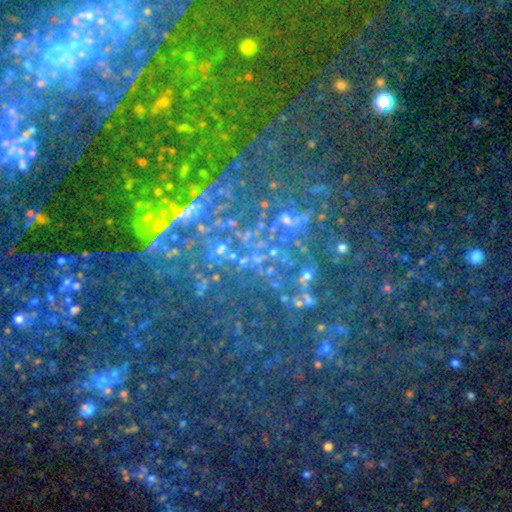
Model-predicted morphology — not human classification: smooth_or_featured: star or artifact (p=0.73) [alt: featured or disk p=0.14]